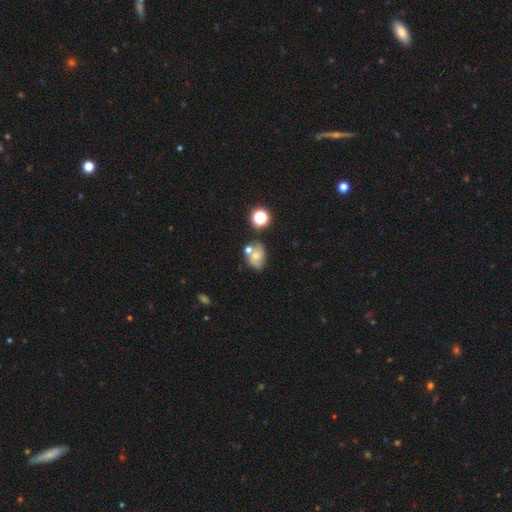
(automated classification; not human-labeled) A smooth galaxy with no disk features (47%).

Vote fractions:
- Smooth or featured? smooth: 47% / featured or disk: 38% / star or artifact: 14%
- Merging? none: 46% / merger: 27% / minor disturbance: 19% / major disturbance: 8%